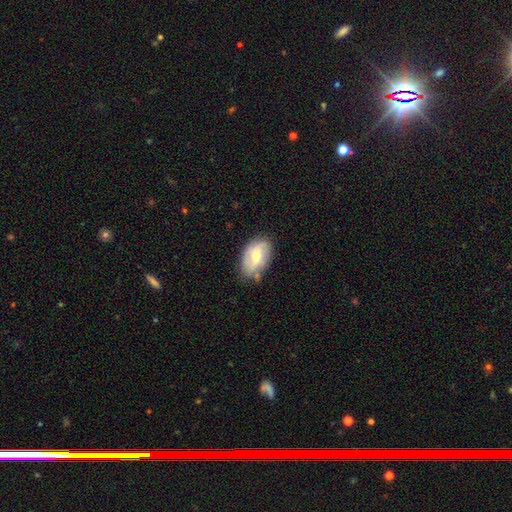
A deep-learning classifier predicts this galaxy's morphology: The model was most divided on "smooth or featured": featured or disk: 49%, smooth: 44%, star or artifact: 7%. More confident: merging — none (67%).